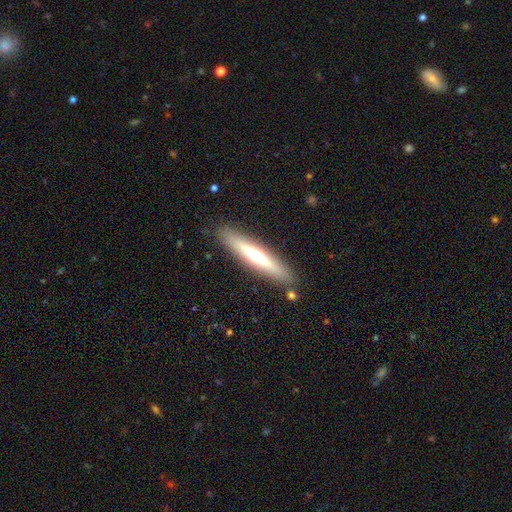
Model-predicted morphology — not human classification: This appears to be a featured or disk galaxy (51%) viewed edge-on (91%). Merging: none (88%).